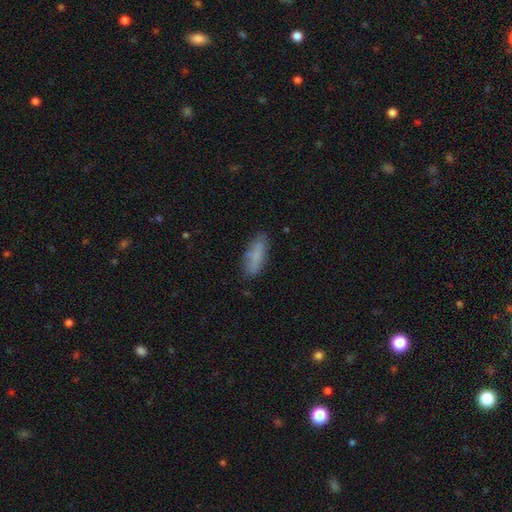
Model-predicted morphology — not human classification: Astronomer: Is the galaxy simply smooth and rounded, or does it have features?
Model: smooth — 77%.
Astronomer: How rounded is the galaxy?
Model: in between — 52% (runner-up: cigar-shaped, 46%).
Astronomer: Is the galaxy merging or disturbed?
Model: none — 76%.